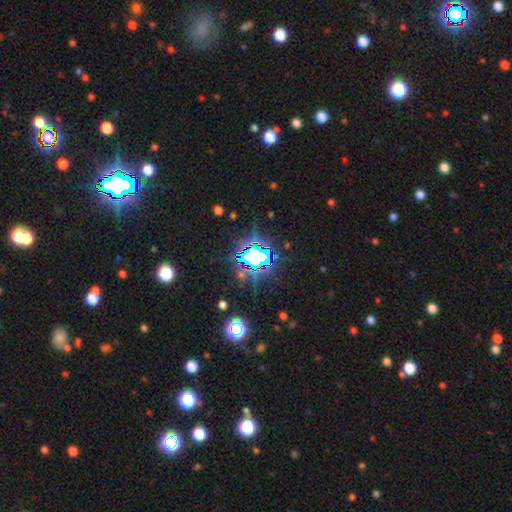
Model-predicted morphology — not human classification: This appears to be a star or artifact, not a galaxy (74%).